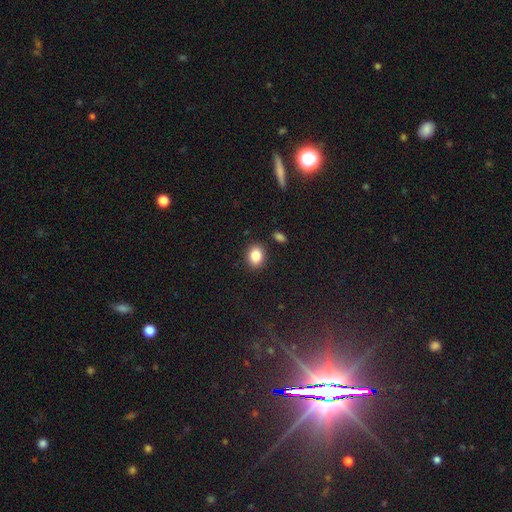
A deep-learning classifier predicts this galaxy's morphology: Overall: smooth (86%). How rounded: in between (63%; round 36%). Merging: none (86%).